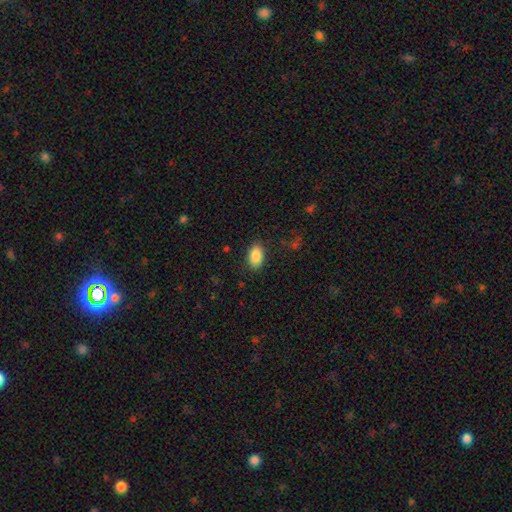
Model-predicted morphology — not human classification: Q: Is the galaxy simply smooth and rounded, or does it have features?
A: smooth — 88%.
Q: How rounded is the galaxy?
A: in between — 92%.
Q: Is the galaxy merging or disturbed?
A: none — 86%.